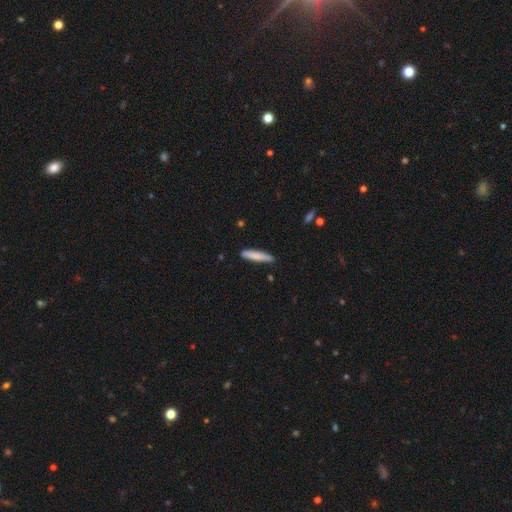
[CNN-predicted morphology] Smooth or featured? Predicted: smooth (p=0.81). How rounded? Predicted: cigar-shaped (p=0.90). Merging? Predicted: none (p=0.85).